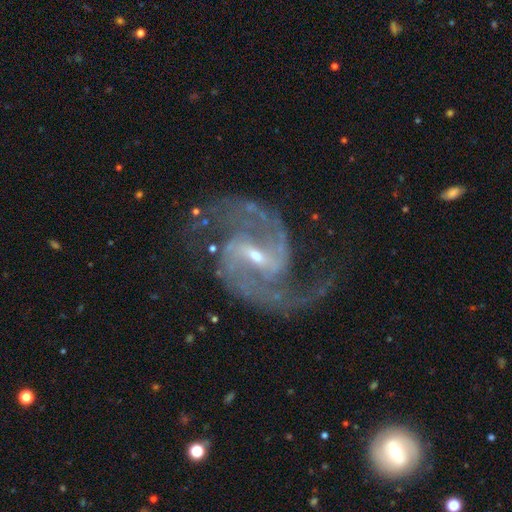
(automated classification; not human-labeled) Smooth or featured?
  - featured or disk: 93% *
  - star or artifact: 5%
  - smooth: 2%
Edge-on disk?
  - no: 98% *
  - yes: 2%
Bar?
  - weak: 47% *
  - strong: 36%
  - no: 17%
Spiral arms?
  - yes: 99% *
  - no: 1%
Spiral winding?
  - medium: 64% *
  - loose: 23%
  - tight: 14%
Spiral arm count?
  - 2: 93% *
  - 3: 2%
  - can't tell: 2%
  - 1: 1%
  - 4: 1%
  - more than 4: 1%
Bulge size?
  - small: 72% *
  - moderate: 25%
  - none: 2%
  - large: 1%
  - dominant: 1%
Merging?
  - none: 75% *
  - minor disturbance: 14%
  - major disturbance: 9%
  - merger: 2%